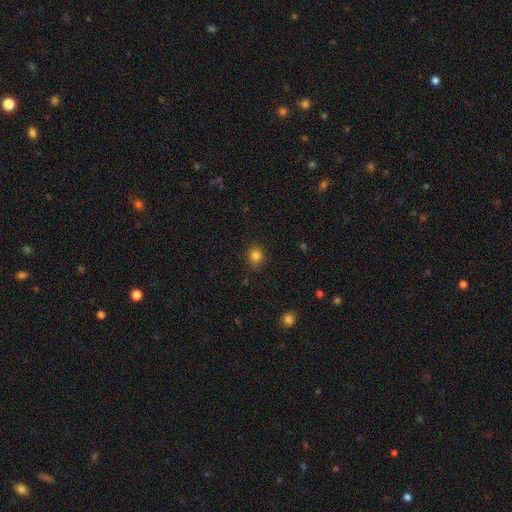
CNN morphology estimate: The model was most divided on "how rounded": round: 74%, in between: 25%, cigar-shaped: 1%. More confident: merging — none (86%); smooth or featured — smooth (82%).